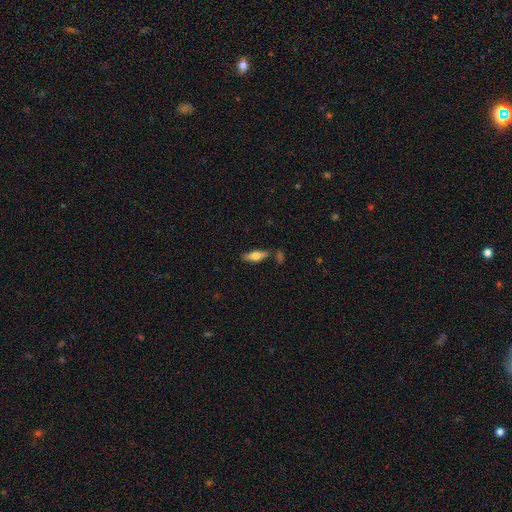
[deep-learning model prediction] smooth 60%, featured or disk 33%, star or artifact 7%. Down the decision tree: how rounded — in between (53%); merging — none (73%).